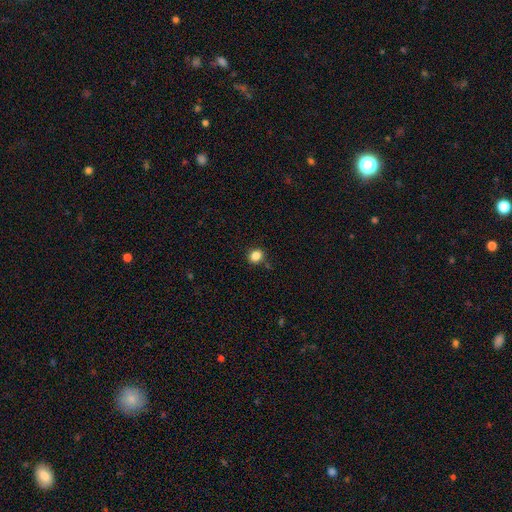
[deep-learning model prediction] Smooth or featured?
  - smooth: 85% *
  - star or artifact: 11%
  - featured or disk: 4%
How rounded?
  - round: 63% *
  - in between: 36%
  - cigar-shaped: 1%
Merging?
  - none: 83% *
  - minor disturbance: 11%
  - merger: 3%
  - major disturbance: 3%